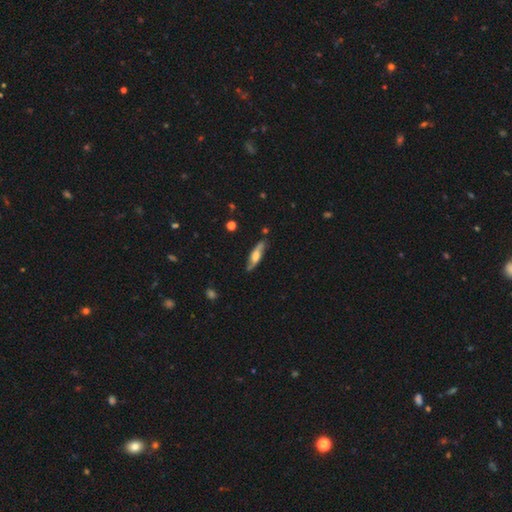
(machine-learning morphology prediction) featured or disk 59%, smooth 35%, star or artifact 6%. Down the decision tree: edge-on disk — no (58%); merging — none (79%).